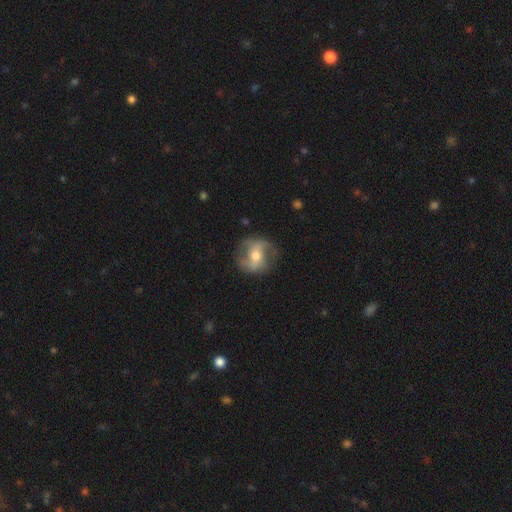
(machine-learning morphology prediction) Smooth or featured? featured or disk (67%)
Edge-on disk? no (91%)
Bar? strong (39%)
Spiral arms? yes (70%)
Bulge size? moderate (68%)
Merging? none (74%)